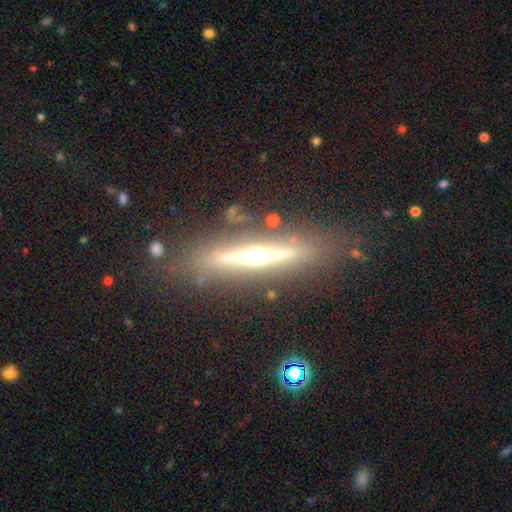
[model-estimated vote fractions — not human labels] smooth-or-featured: featured or disk: 75% | smooth: 18% | star or artifact: 7%
  disk-edge-on: yes: 94% | no: 6%
    edge-on-bulge: rounded: 87% | none: 7% | boxy: 5%
  merging: none: 83% | minor disturbance: 11% | major disturbance: 4% | merger: 3%